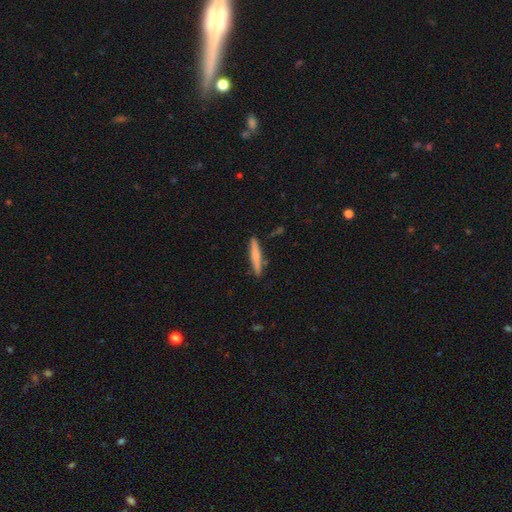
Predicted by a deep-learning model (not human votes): smooth 68%, featured or disk 26%, star or artifact 6%. Down the decision tree: how rounded — cigar-shaped (93%); merging — none (85%).